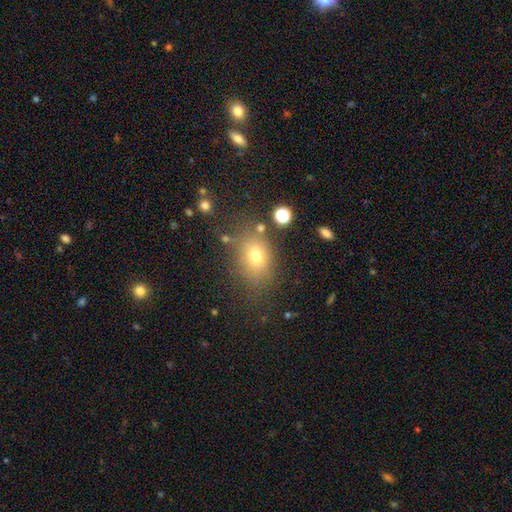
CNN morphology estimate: smooth 72%, star or artifact 15%, featured or disk 12%. Down the decision tree: how rounded — in between (68%); merging — none (73%).